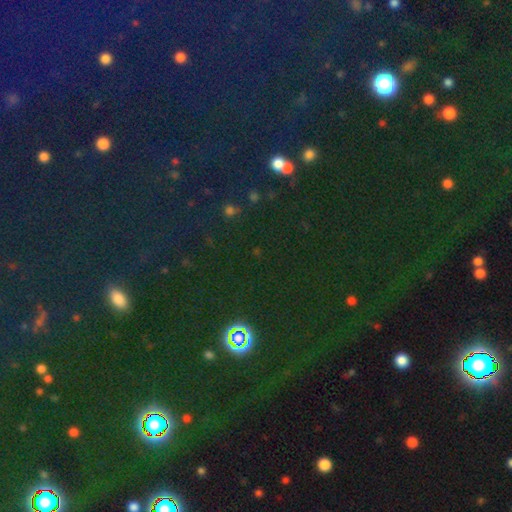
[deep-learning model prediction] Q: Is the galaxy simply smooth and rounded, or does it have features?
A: star or artifact — 70%.